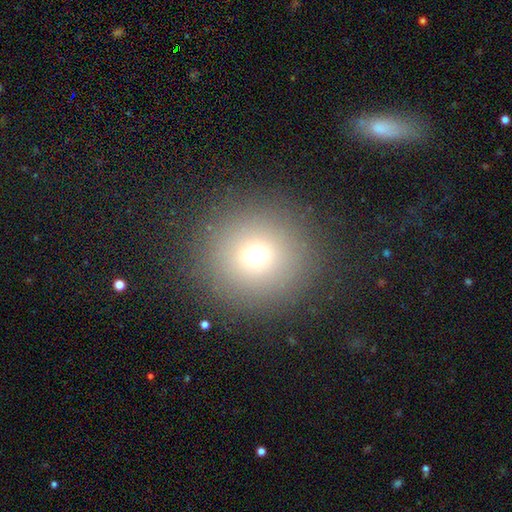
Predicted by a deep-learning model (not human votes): Morphology: type=smooth (71%); roundness=round (94%); merging=none (90%).